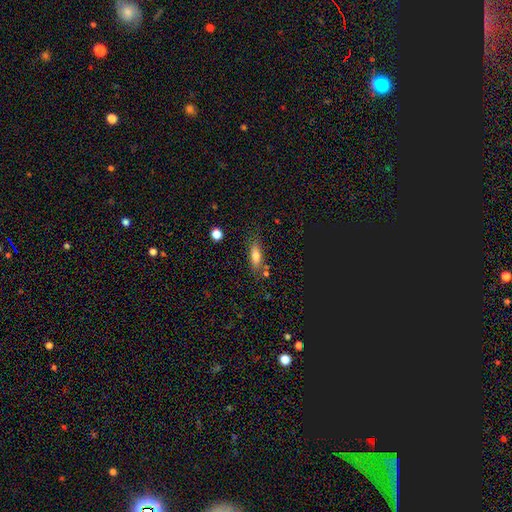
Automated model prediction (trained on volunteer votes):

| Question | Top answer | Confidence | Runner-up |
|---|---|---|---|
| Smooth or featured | smooth | 75% | featured or disk (15%) |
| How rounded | in between | 63% | cigar-shaped (34%) |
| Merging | none | 73% | minor disturbance (16%) |